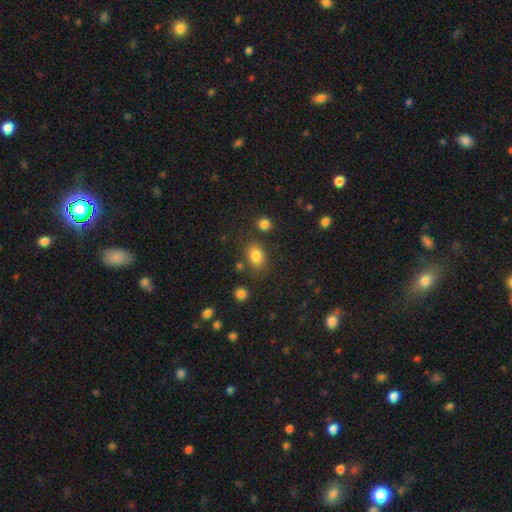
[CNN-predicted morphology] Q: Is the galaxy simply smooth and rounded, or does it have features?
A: smooth — 83%.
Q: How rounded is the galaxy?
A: in between — 75%.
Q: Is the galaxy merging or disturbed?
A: none — 75%.